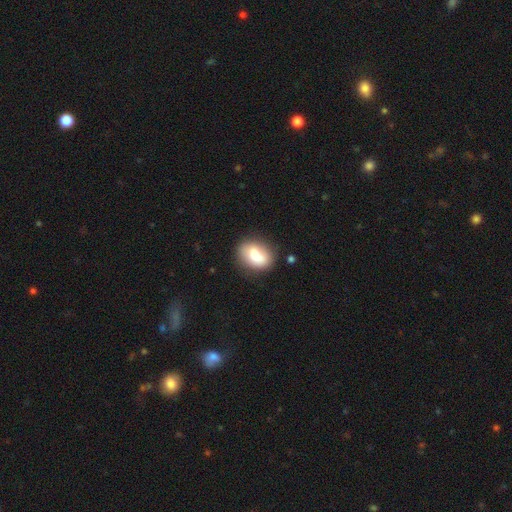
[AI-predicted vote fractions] Q: Smooth or featured?
A: smooth (75%); runner-up: featured or disk (17%)
Q: How rounded?
A: in between (73%); runner-up: round (25%)
Q: Merging?
A: none (70%); runner-up: minor disturbance (19%)